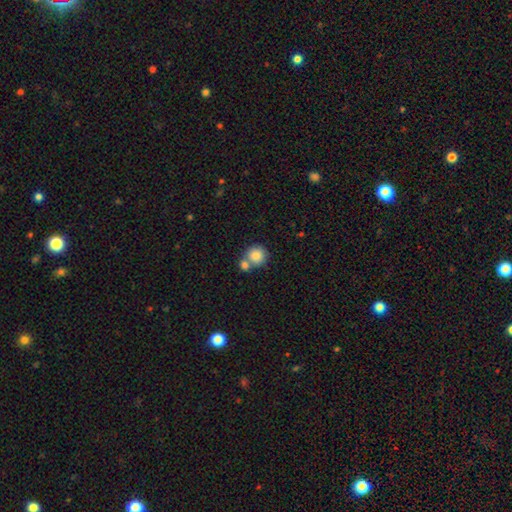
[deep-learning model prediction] smooth 83%, star or artifact 8%, featured or disk 8%. Down the decision tree: how rounded — round (90%); merging — none (46%).